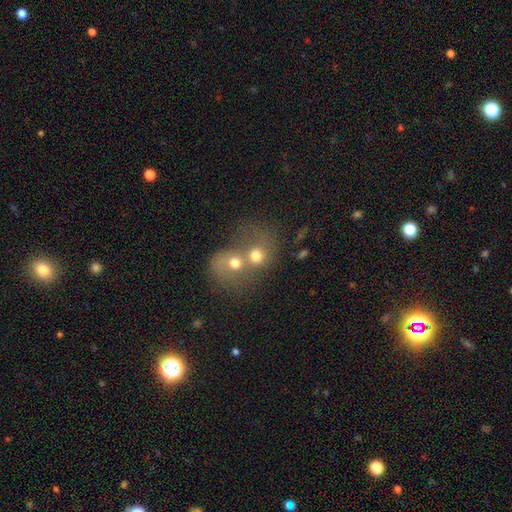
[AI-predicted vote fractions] Smooth or featured? smooth (63%)
How rounded? round (69%)
Merging? merger (74%)